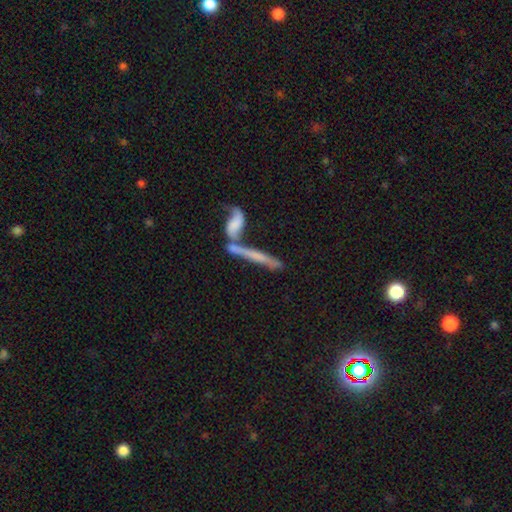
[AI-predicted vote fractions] This is possibly a featured or disk galaxy (50%). It is likely viewed edge-on (69%). Merging: possibly merger (50%).